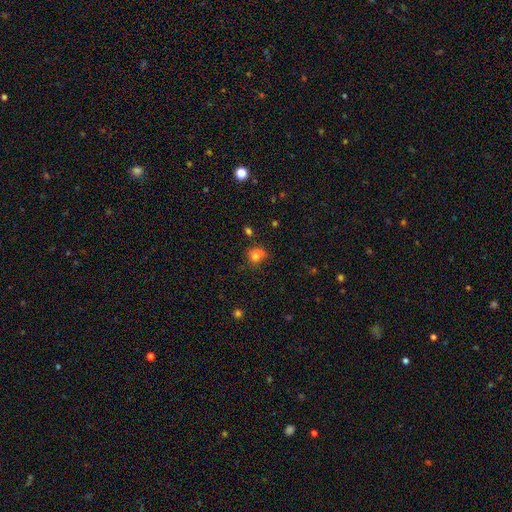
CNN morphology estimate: Smooth or featured?
  - smooth: 74% *
  - star or artifact: 14%
  - featured or disk: 12%
How rounded?
  - round: 70% *
  - in between: 29%
  - cigar-shaped: 1%
Merging?
  - none: 50% *
  - minor disturbance: 31%
  - major disturbance: 13%
  - merger: 5%